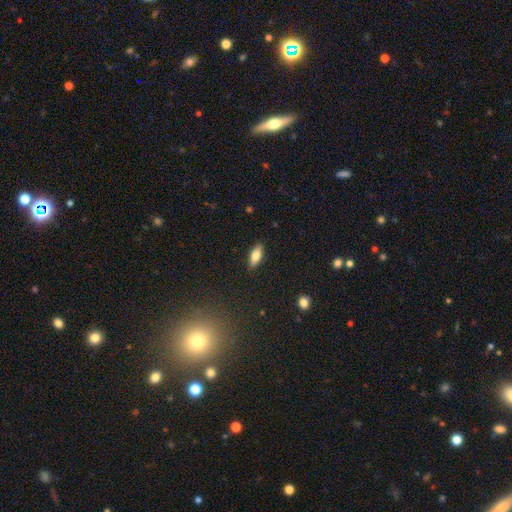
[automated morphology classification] Overall: smooth (78%). How rounded: in between (76%). Merging: none (88%).